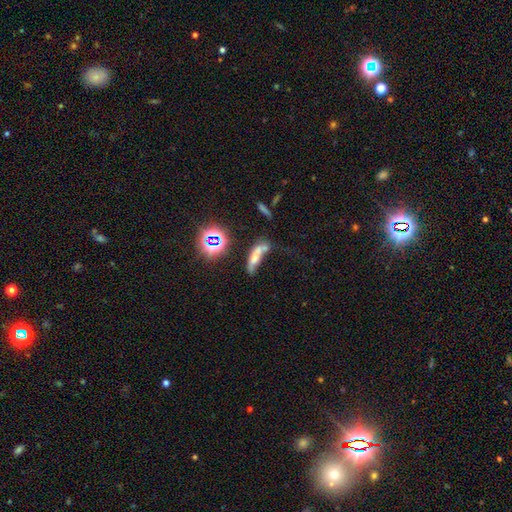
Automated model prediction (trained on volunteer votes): Overall: smooth (51%; featured or disk 26%). How rounded: cigar-shaped (51%; in between 41%). Merging: merger (35%; none 28%).